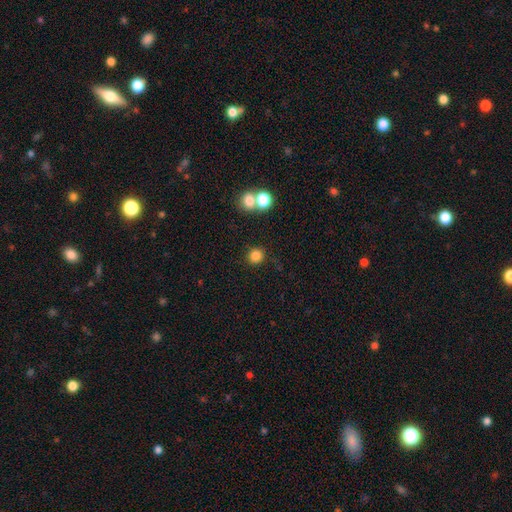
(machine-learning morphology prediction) Smooth or featured?
  - smooth: 83% *
  - star or artifact: 13%
  - featured or disk: 5%
How rounded?
  - round: 90% *
  - in between: 9%
  - cigar-shaped: 1%
Merging?
  - none: 83% *
  - merger: 8%
  - minor disturbance: 6%
  - major disturbance: 3%